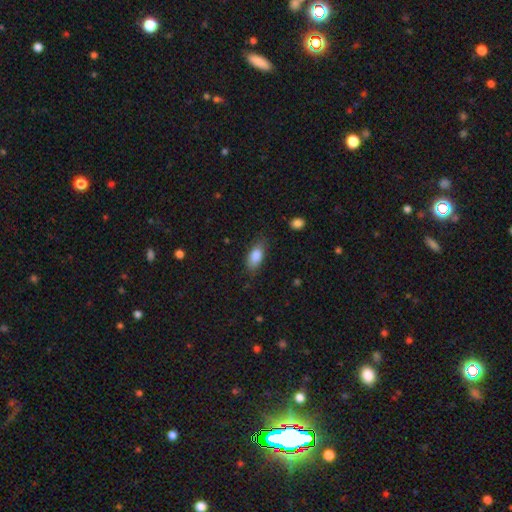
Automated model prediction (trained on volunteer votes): Morphology: type=smooth (86%); roundness=in between (87%); merging=none (76%).